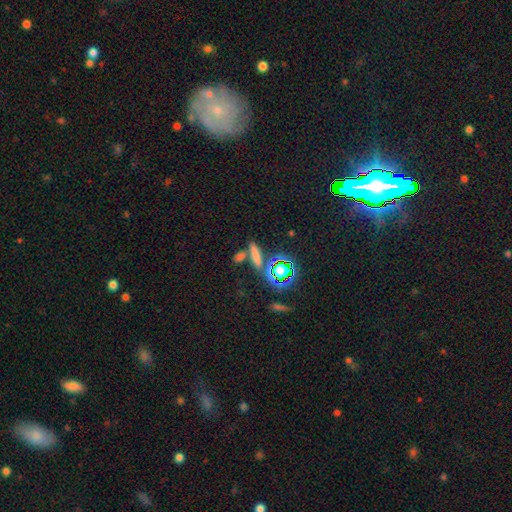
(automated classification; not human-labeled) Morphology: type=smooth (64%); roundness=cigar-shaped (67%); merging=none (66%).